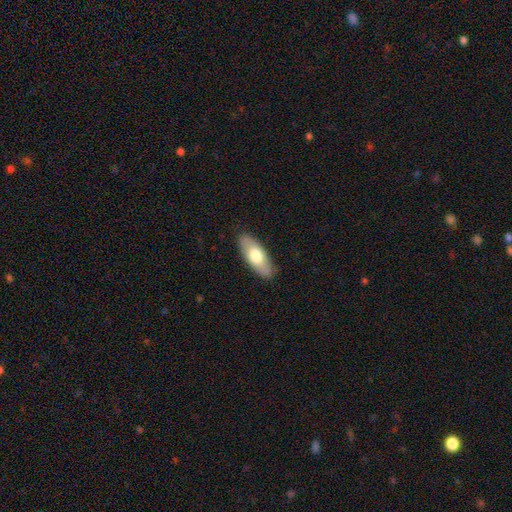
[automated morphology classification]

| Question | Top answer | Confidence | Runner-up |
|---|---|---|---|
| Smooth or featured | smooth | 68% | featured or disk (26%) |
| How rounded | in between | 80% | cigar-shaped (18%) |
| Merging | none | 86% | minor disturbance (10%) |